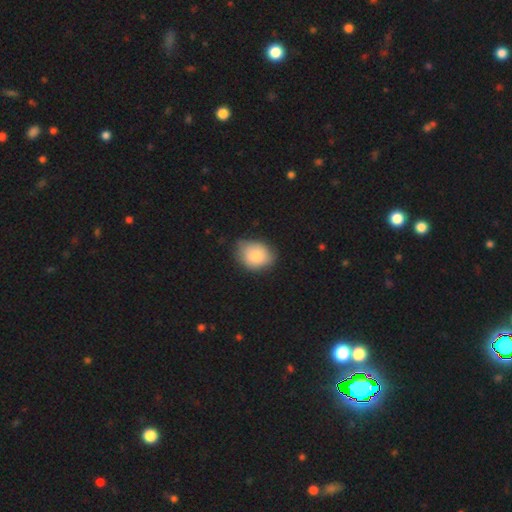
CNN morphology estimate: type=smooth (79%); roundness=in between (55%); merging=none (60%).